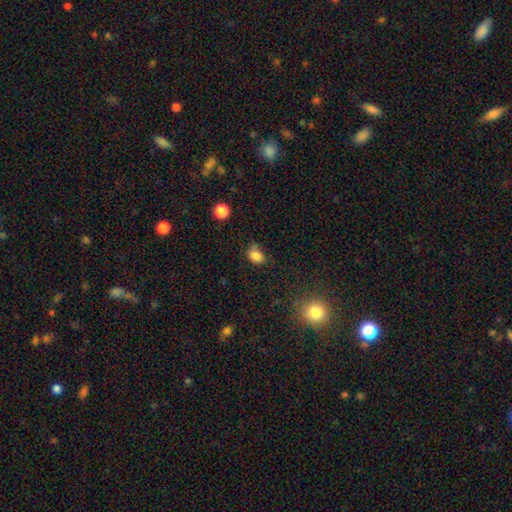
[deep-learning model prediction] Smooth or featured? Predicted: smooth (p=0.82). How rounded? Predicted: in between (p=0.65). Merging? Predicted: none (p=0.54).